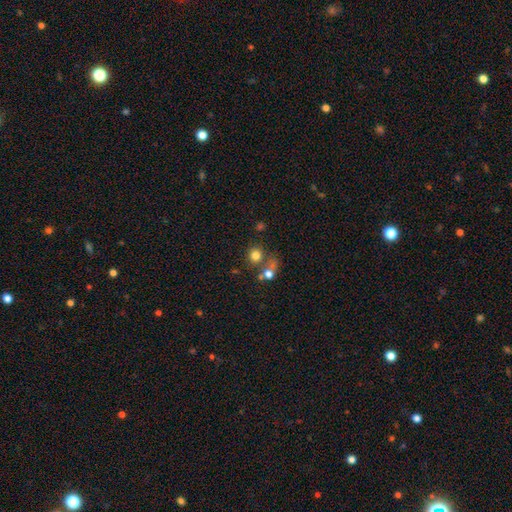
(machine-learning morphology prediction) This is likely a smooth galaxy (77%). How rounded: clearly round (86%). Merging: likely none (60%).